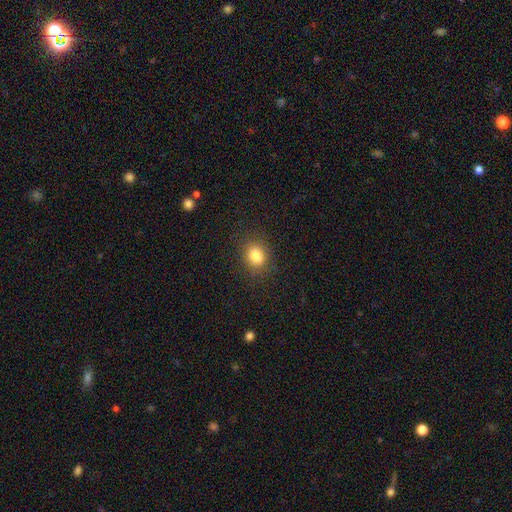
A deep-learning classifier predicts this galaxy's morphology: Overall: smooth (82%). How rounded: in between (51%; round 47%). Merging: none (83%).